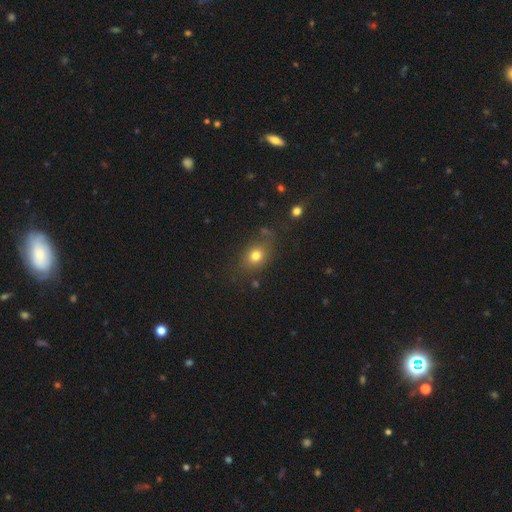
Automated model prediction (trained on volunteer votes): Overall: smooth (77%). How rounded: in between (55%; round 43%). Merging: none (71%).